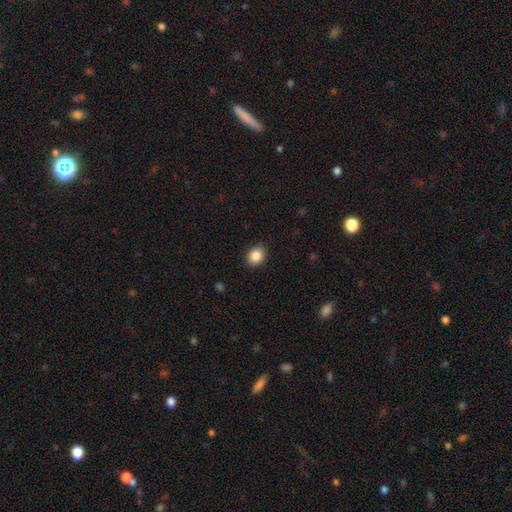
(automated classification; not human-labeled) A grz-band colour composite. It shows a smooth galaxy with no disk features (87%) that is round (50%). Merging: none (89%).